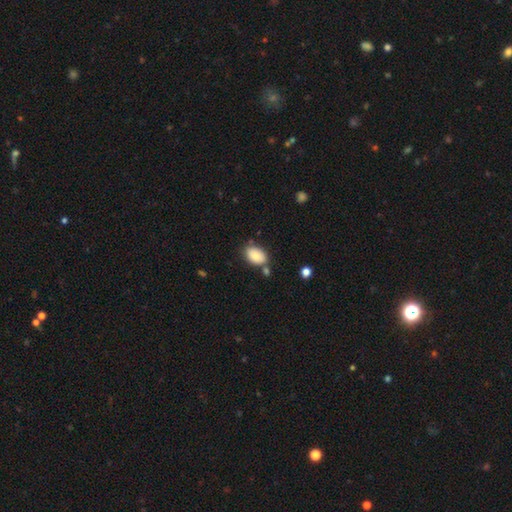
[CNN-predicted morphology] The model was most divided on "merging": none: 69%, minor disturbance: 17%, merger: 10%, major disturbance: 4%. More confident: how rounded — in between (88%); smooth or featured — smooth (85%).